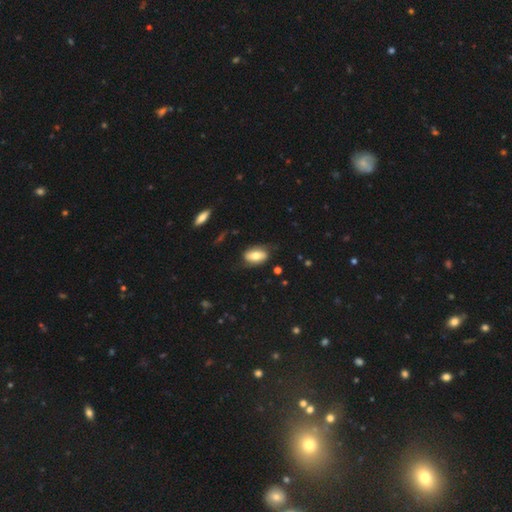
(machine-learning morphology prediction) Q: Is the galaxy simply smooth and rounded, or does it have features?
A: smooth — 62%.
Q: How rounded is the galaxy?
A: in between — 90%.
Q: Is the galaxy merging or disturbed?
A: none — 71%.